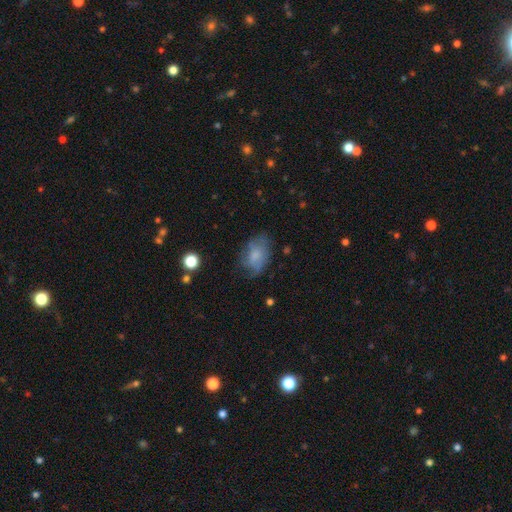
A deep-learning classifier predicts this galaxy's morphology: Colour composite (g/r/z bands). It shows a smooth galaxy with no disk features (60%) that is in between round and cigar-shaped (85%). Merging: none (51%).